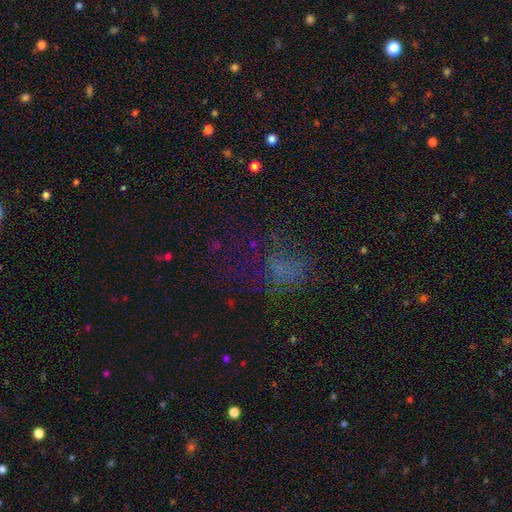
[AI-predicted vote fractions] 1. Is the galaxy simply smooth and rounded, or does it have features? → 58% star or artifact, 26% smooth, 16% featured or disk.